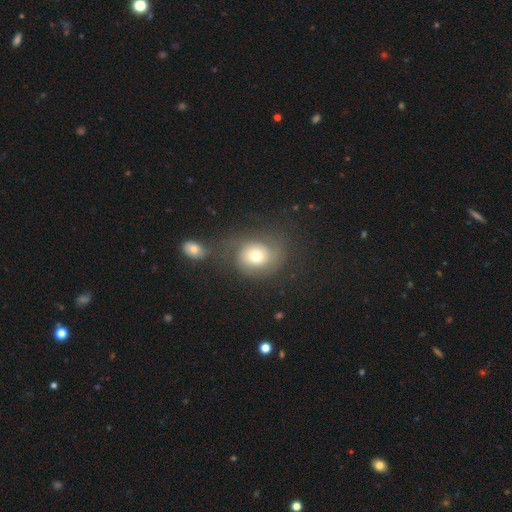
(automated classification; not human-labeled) This is possibly a smooth galaxy (54%). How rounded: likely round (67%). Merging: possibly none (48%).